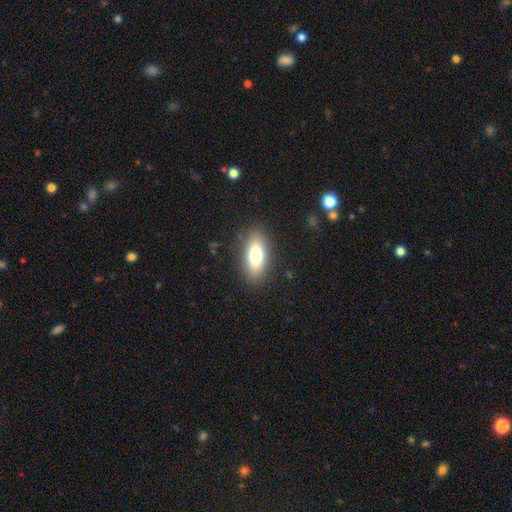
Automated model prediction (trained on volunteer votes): Smooth or featured?
  - smooth: 75% *
  - featured or disk: 17%
  - star or artifact: 8%
How rounded?
  - in between: 80% *
  - cigar-shaped: 17%
  - round: 4%
Merging?
  - none: 86% *
  - minor disturbance: 10%
  - major disturbance: 3%
  - merger: 1%